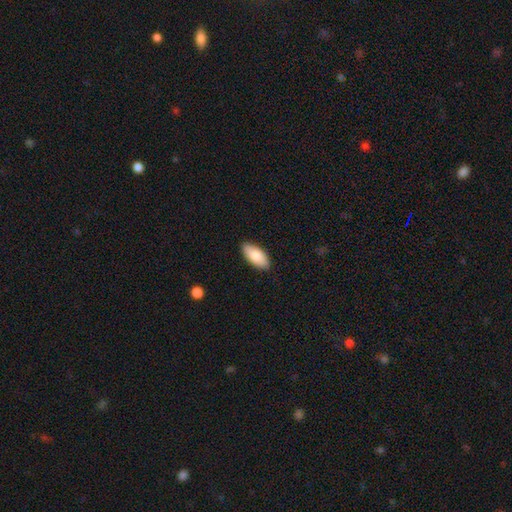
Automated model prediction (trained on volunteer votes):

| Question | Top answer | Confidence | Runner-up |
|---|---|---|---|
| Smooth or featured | smooth | 87% | featured or disk (8%) |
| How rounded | in between | 90% | cigar-shaped (9%) |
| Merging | none | 87% | minor disturbance (10%) |